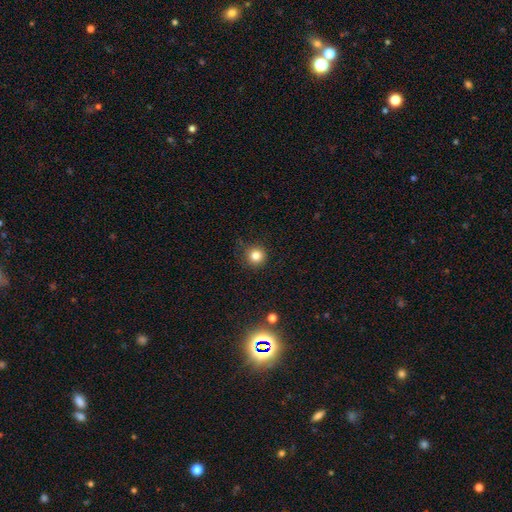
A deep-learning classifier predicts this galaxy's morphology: This appears to be a smooth galaxy with no disk features (82%) that is round (94%). Merging: none (86%).